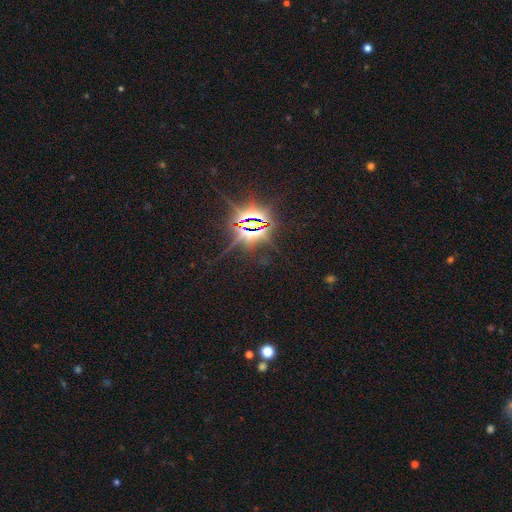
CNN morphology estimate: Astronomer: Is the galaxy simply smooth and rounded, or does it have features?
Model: star or artifact — 86%.